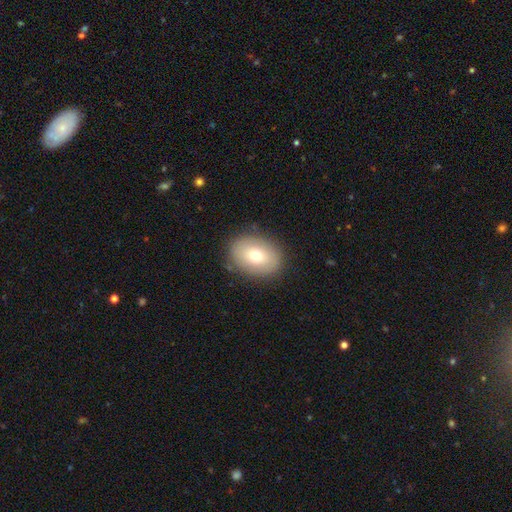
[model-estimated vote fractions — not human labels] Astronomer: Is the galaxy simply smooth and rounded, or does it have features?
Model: smooth — 71%.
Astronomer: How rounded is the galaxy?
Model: in between — 73%.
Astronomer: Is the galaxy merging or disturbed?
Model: none — 86%.